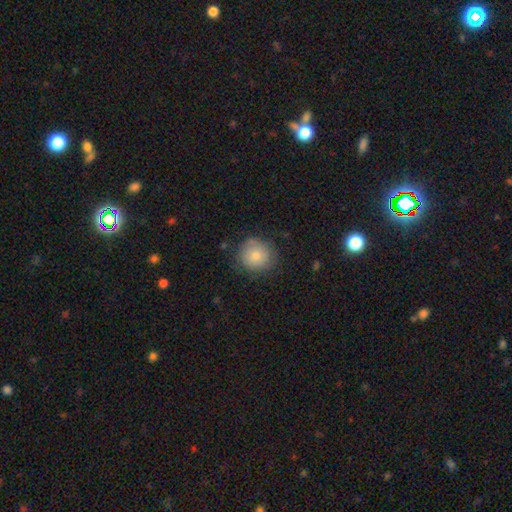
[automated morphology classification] A smooth galaxy with no disk features (78%) that is round (91%).

Vote fractions:
- Smooth or featured? smooth: 78% / featured or disk: 14% / star or artifact: 8%
- How rounded? round: 91% / in between: 8% / cigar-shaped: 1%
- Merging? none: 79% / minor disturbance: 15% / major disturbance: 5% / merger: 1%